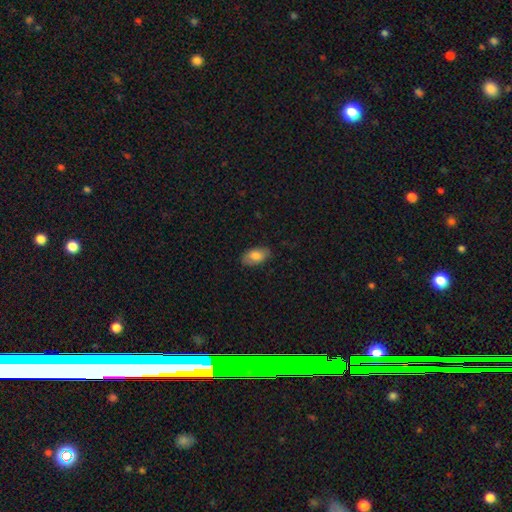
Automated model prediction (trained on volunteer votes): Q: Smooth or featured?
A: smooth (81%); runner-up: featured or disk (13%)
Q: How rounded?
A: in between (94%); runner-up: round (5%)
Q: Merging?
A: none (85%); runner-up: minor disturbance (11%)